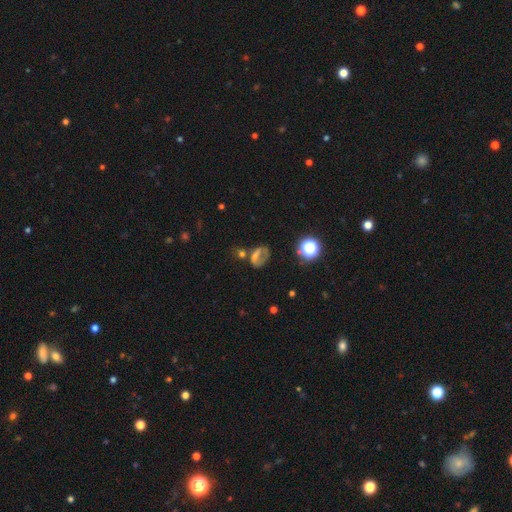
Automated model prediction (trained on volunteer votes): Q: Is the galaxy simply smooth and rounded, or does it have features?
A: smooth — 39%.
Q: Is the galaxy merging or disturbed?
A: none — 45%.